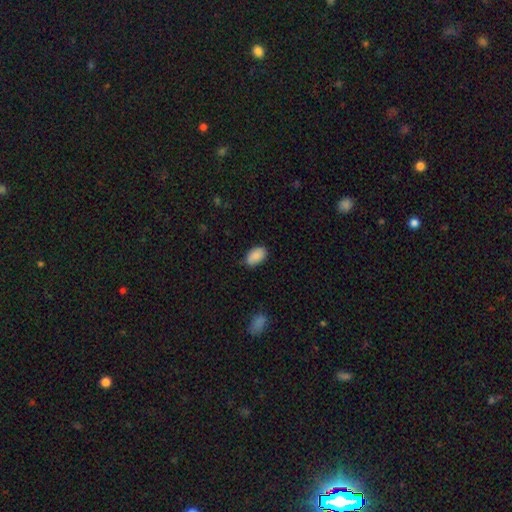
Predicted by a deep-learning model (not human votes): Smooth or featured: smooth — 88% (star or artifact — 7%)
How rounded: in between — 93% (round — 5%)
Merging: none — 80% (minor disturbance — 16%)